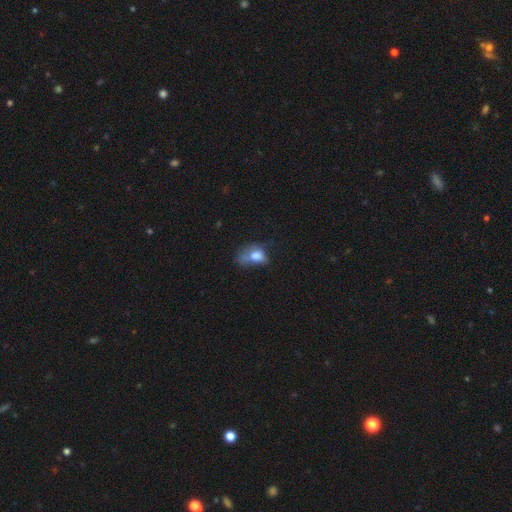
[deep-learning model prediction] Smooth or featured? smooth (69%)
How rounded? in between (78%)
Merging? major disturbance (39%)